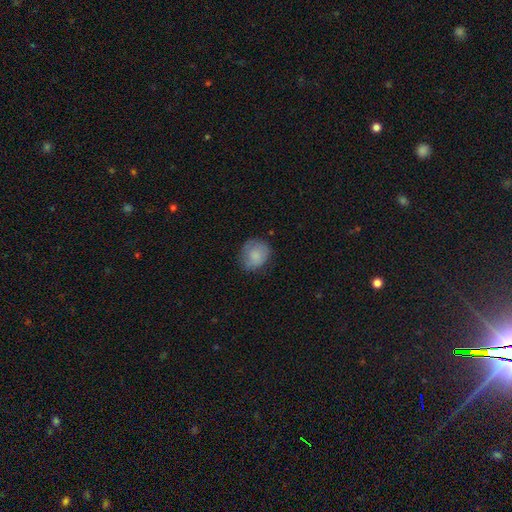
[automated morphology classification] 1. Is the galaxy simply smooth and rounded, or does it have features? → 79% smooth, 14% featured or disk, 7% star or artifact.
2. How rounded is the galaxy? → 74% round, 25% in between, 1% cigar-shaped.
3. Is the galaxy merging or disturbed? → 68% none, 23% minor disturbance, 7% major disturbance, 1% merger.